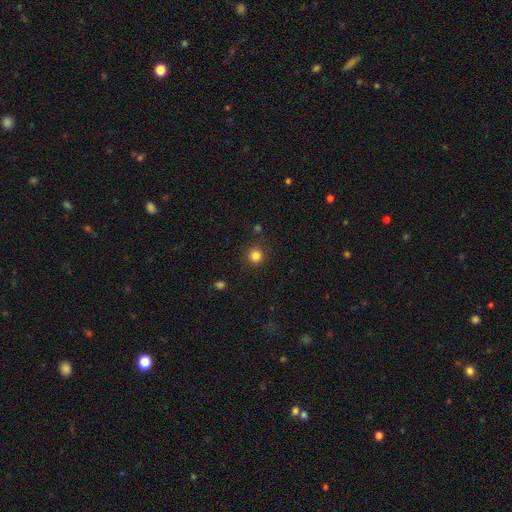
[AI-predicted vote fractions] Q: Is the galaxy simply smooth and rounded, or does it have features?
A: smooth — 82%.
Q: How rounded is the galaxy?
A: round — 94%.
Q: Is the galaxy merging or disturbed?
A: none — 90%.